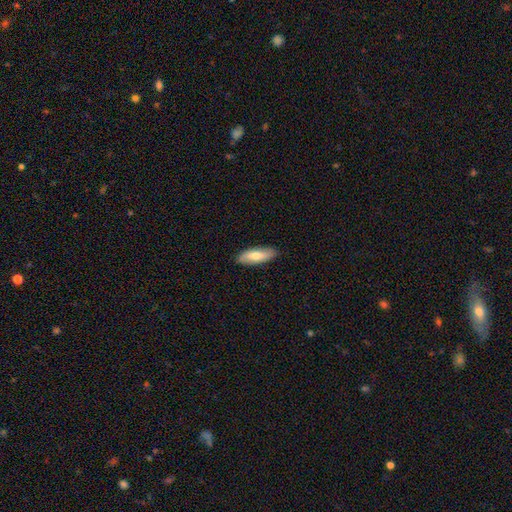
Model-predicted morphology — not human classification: smooth-or-featured: smooth: 67% | featured or disk: 28% | star or artifact: 6%
  how-rounded: in between: 66% | cigar-shaped: 32% | round: 2%
  merging: none: 88% | minor disturbance: 10% | major disturbance: 2% | merger: 1%